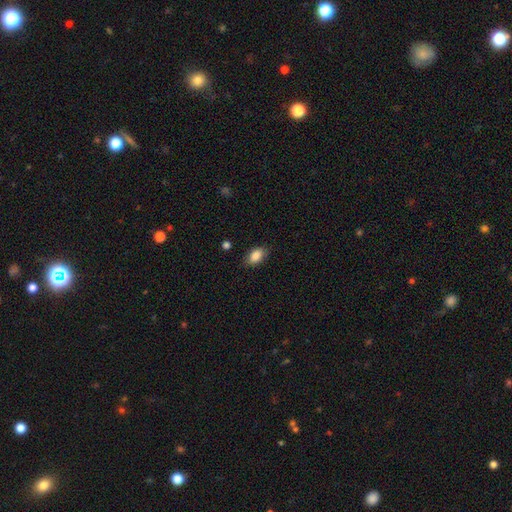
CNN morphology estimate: The model was most divided on "merging": none: 80%, minor disturbance: 15%, major disturbance: 3%, merger: 1%. More confident: how rounded — in between (88%); smooth or featured — smooth (86%).